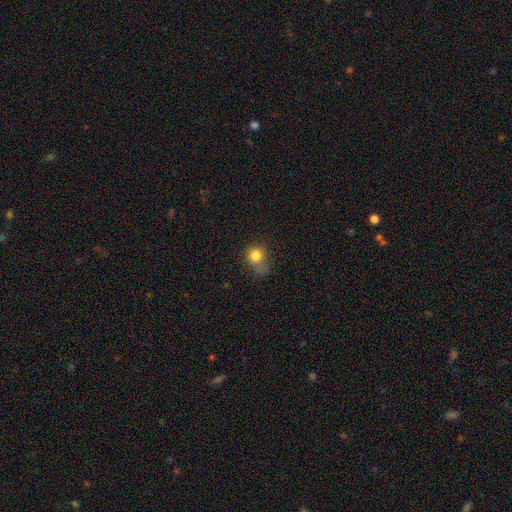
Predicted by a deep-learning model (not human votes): This appears to be a smooth galaxy with no disk features (81%) that is round (75%). Merging: none (39%).